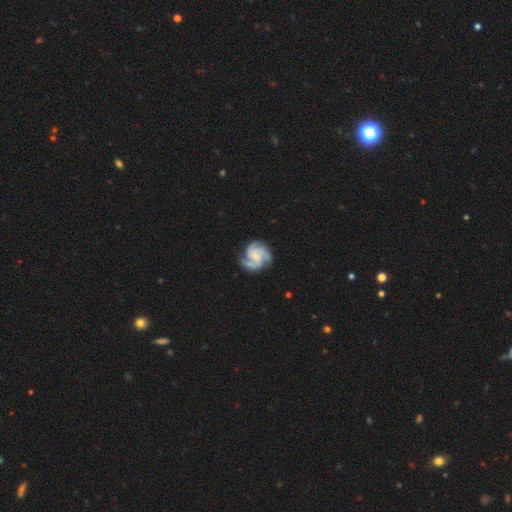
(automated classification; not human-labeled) featured or disk 89%, smooth 7%, star or artifact 5%. Down the decision tree: edge-on disk — no (98%); bar — no (63%); spiral arms — yes (98%); spiral arm count — 3 (66%); spiral winding — tight (47%); bulge size — small (62%); merging — none (72%).